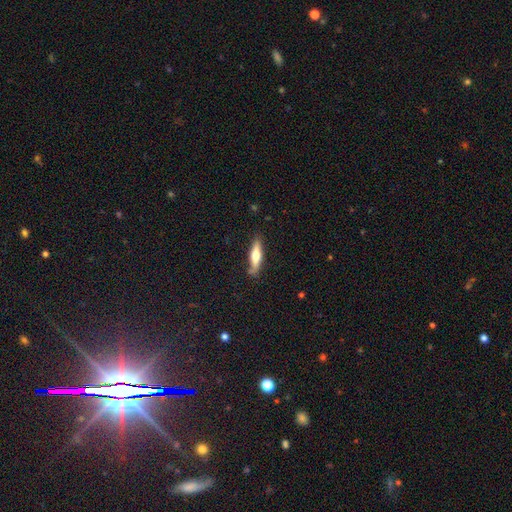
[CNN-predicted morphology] Overall: smooth (56%; featured or disk 39%). How rounded: cigar-shaped (74%). Merging: none (81%).